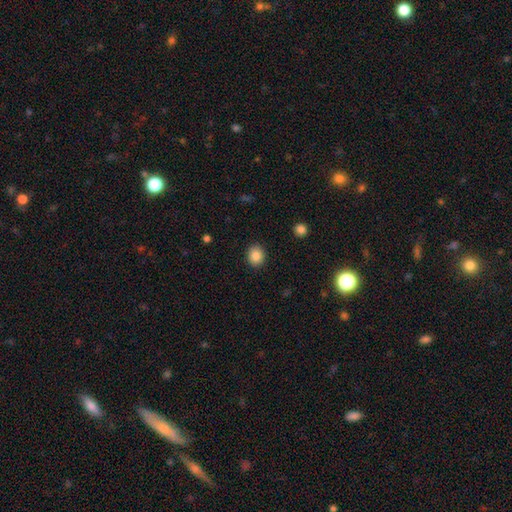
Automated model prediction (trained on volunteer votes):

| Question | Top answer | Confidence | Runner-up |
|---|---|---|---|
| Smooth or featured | smooth | 86% | star or artifact (9%) |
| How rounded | round | 70% | in between (29%) |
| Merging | none | 90% | minor disturbance (6%) |